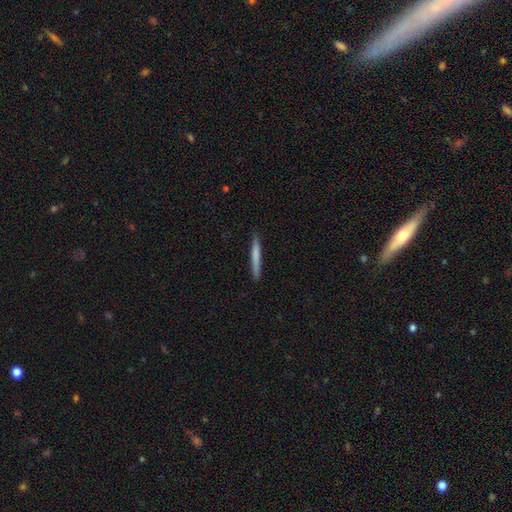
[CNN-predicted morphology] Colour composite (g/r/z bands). It shows a smooth galaxy with no disk features (71%) that is cigar-shaped (96%). Merging: none (89%).